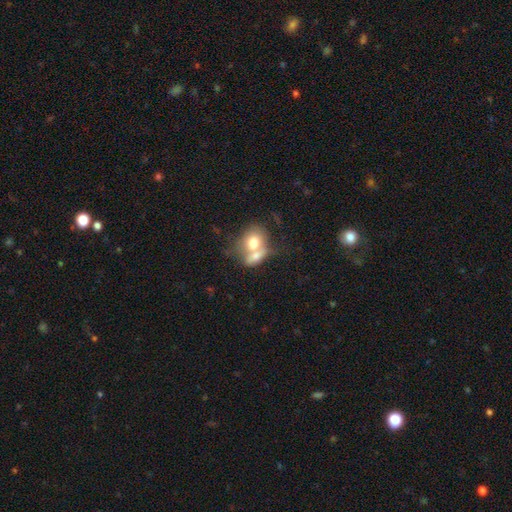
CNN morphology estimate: A smooth galaxy with no disk features (69%) that is in between round and cigar-shaped (58%).

Vote fractions:
- Smooth or featured? smooth: 69% / featured or disk: 24% / star or artifact: 7%
- How rounded? in between: 58% / round: 39% / cigar-shaped: 3%
- Merging? merger: 70% / none: 18% / minor disturbance: 7% / major disturbance: 5%